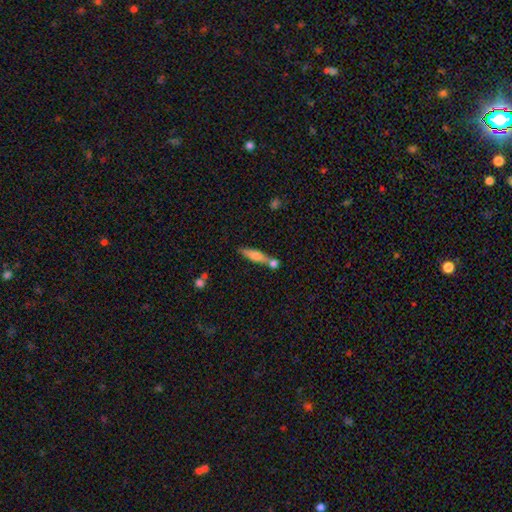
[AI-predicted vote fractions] smooth_or_featured: smooth (p=0.62) [alt: featured or disk p=0.31]
how_rounded: cigar-shaped (p=0.77) [alt: in between p=0.20]
merging: none (p=0.53) [alt: merger p=0.31]